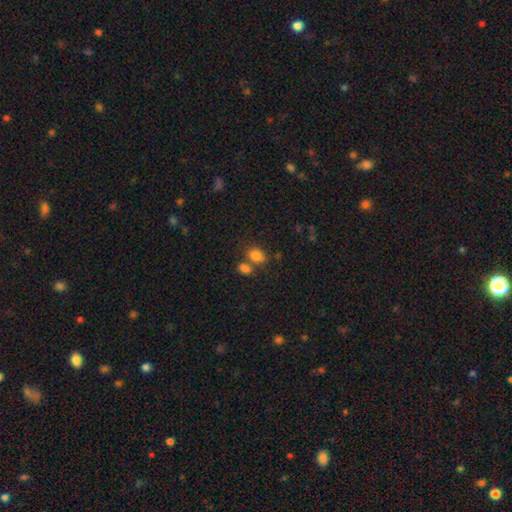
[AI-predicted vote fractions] A smooth galaxy with no disk features (83%) that is in between round and cigar-shaped (60%). Merging: none (51%).